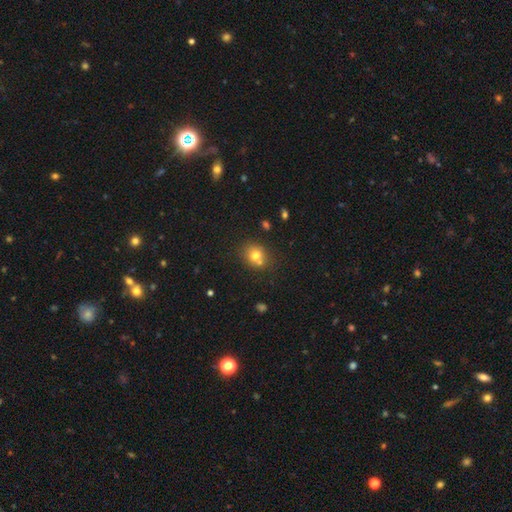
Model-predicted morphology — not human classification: Smooth or featured: smooth — 73% (star or artifact — 14%)
How rounded: round — 73% (in between — 26%)
Merging: none — 63% (merger — 22%)